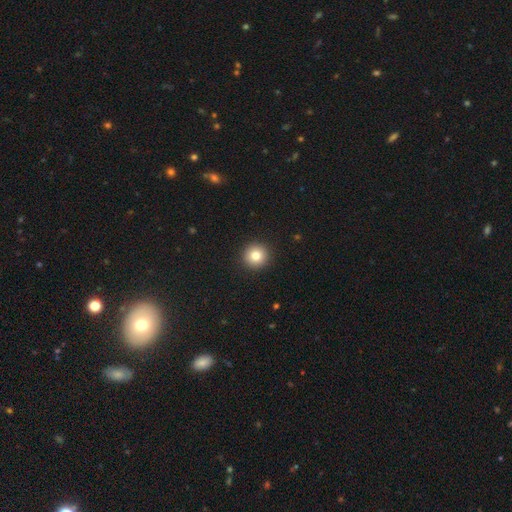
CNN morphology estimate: This is clearly a smooth galaxy (81%). How rounded: clearly round (95%). Merging: clearly none (93%).